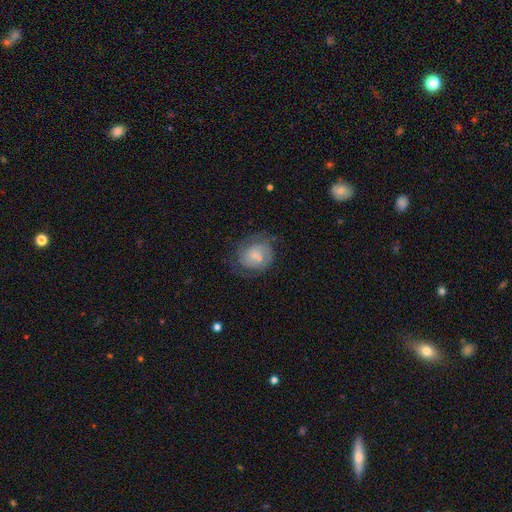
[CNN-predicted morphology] This is possibly a featured or disk galaxy (51%). It is clearly not viewed edge-on (98%). Merging: possibly none (52%).